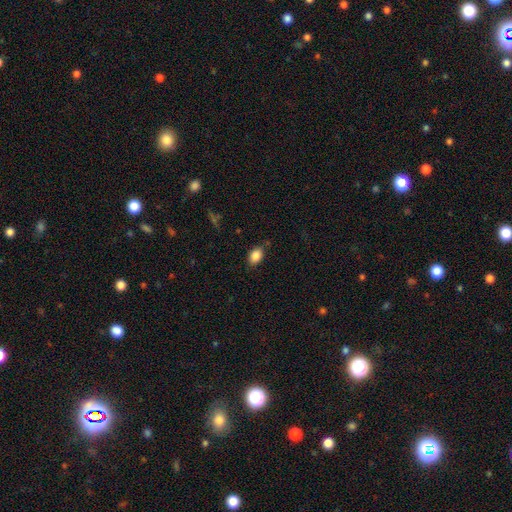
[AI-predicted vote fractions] Morphology: type=smooth (86%); roundness=in between (79%); merging=none (77%).